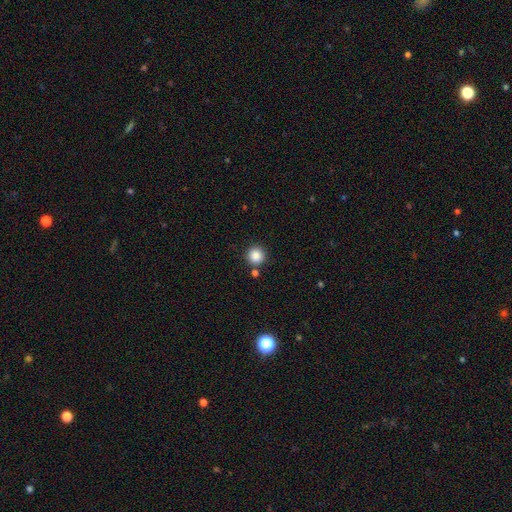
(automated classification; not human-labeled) The model was most divided on "smooth or featured": smooth: 87%, star or artifact: 10%, featured or disk: 3%. More confident: how rounded — round (95%); merging — none (85%).